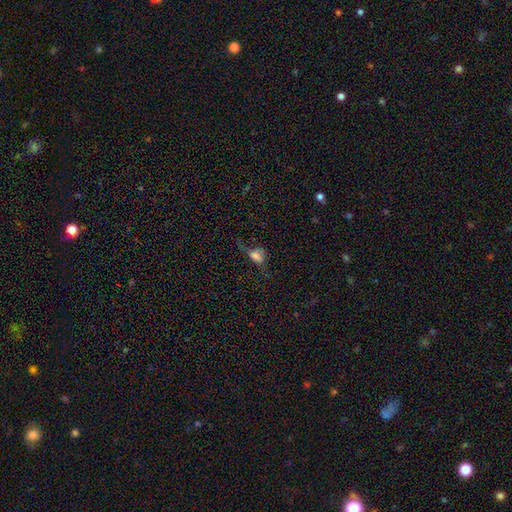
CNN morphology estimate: Smooth or featured? smooth (62%)
How rounded? in between (80%)
Merging? major disturbance (43%)